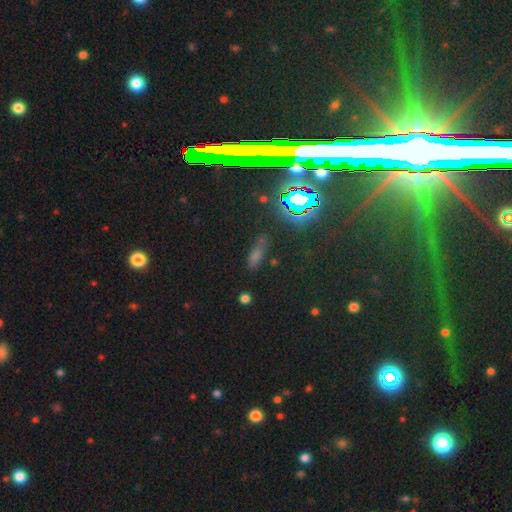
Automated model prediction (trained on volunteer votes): Smooth or featured: smooth — 45% (star or artifact — 42%)
Merging: none — 75% (minor disturbance — 15%)